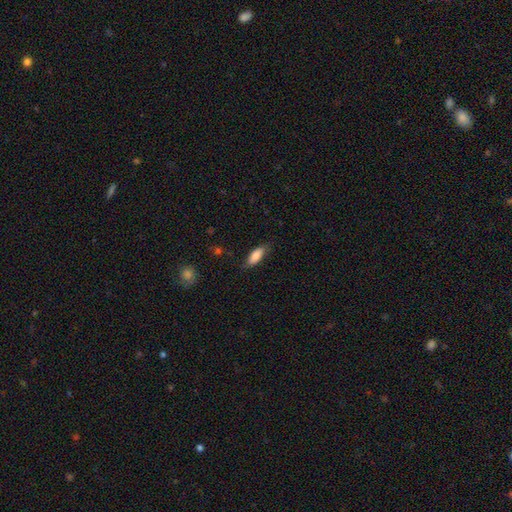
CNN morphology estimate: The model was most divided on "how rounded": in between: 71%, cigar-shaped: 27%, round: 2%. More confident: smooth or featured — smooth (81%); merging — none (77%).